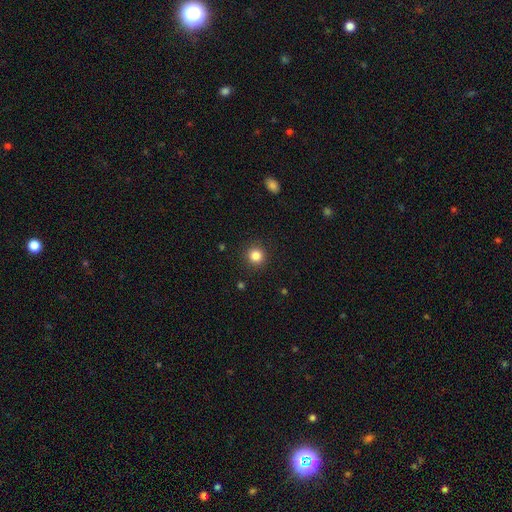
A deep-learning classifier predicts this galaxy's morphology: A smooth galaxy with no disk features (84%) that is round (94%).

Vote fractions:
- Smooth or featured? smooth: 84% / star or artifact: 11% / featured or disk: 4%
- How rounded? round: 94% / in between: 5% / cigar-shaped: 1%
- Merging? none: 91% / minor disturbance: 6% / major disturbance: 2% / merger: 1%